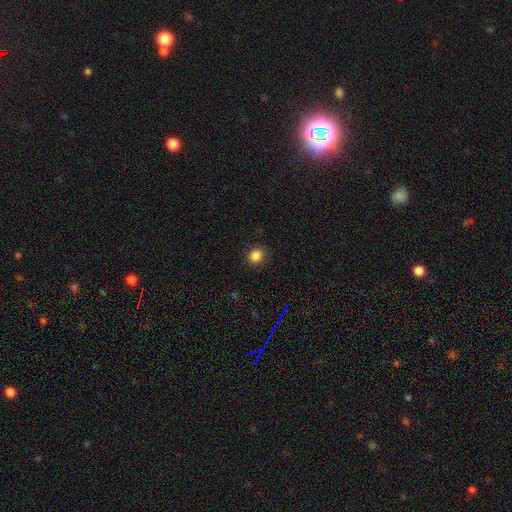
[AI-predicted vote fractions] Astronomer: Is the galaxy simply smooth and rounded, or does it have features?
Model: smooth — 86%.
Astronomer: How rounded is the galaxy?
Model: round — 71%.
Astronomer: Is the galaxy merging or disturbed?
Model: none — 87%.